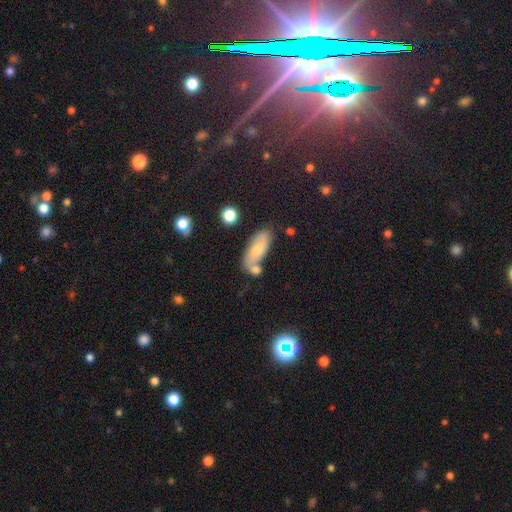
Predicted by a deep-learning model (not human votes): Smooth or featured?
  - smooth: 53% *
  - featured or disk: 30%
  - star or artifact: 17%
How rounded?
  - in between: 71% *
  - cigar-shaped: 23%
  - round: 5%
Merging?
  - none: 67% *
  - minor disturbance: 16%
  - merger: 12%
  - major disturbance: 5%